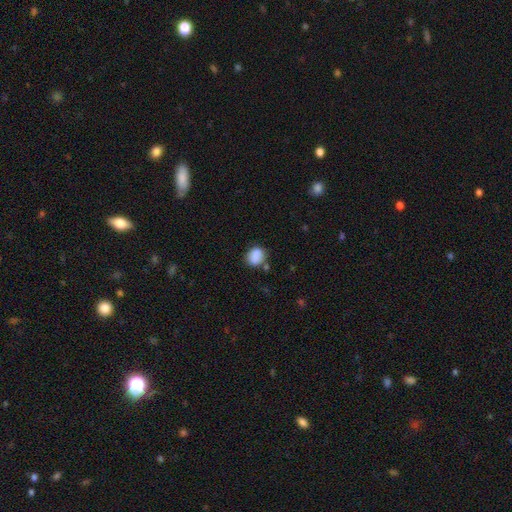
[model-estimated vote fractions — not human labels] smooth-or-featured: smooth: 86% | star or artifact: 9% | featured or disk: 5%
  how-rounded: round: 54% | in between: 45% | cigar-shaped: 1%
  merging: none: 70% | minor disturbance: 19% | merger: 7% | major disturbance: 5%